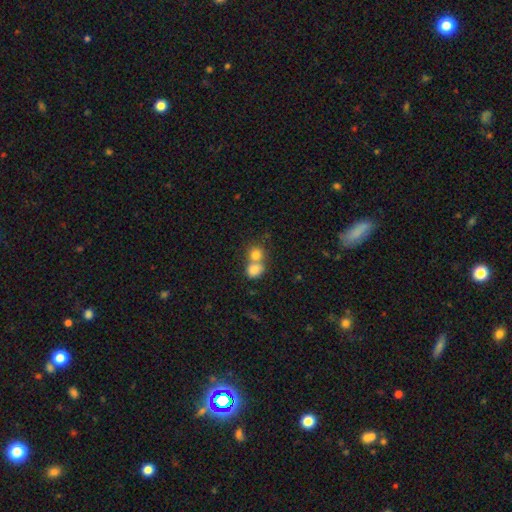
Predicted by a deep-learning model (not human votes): smooth 80%, star or artifact 10%, featured or disk 10%. Down the decision tree: how rounded — round (75%); merging — merger (56%).